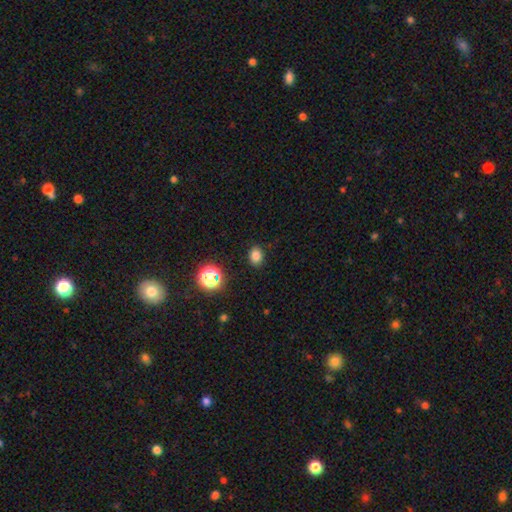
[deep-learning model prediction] Smooth or featured? Predicted: smooth (p=0.81). How rounded? Predicted: in between (p=0.54). Merging? Predicted: none (p=0.88).